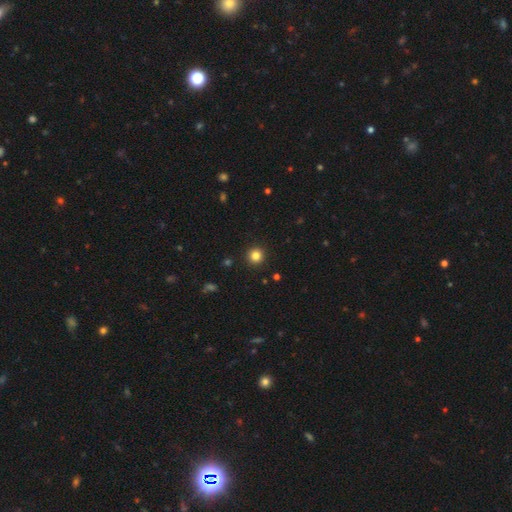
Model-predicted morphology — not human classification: type=smooth (82%); roundness=round (95%); merging=none (93%).